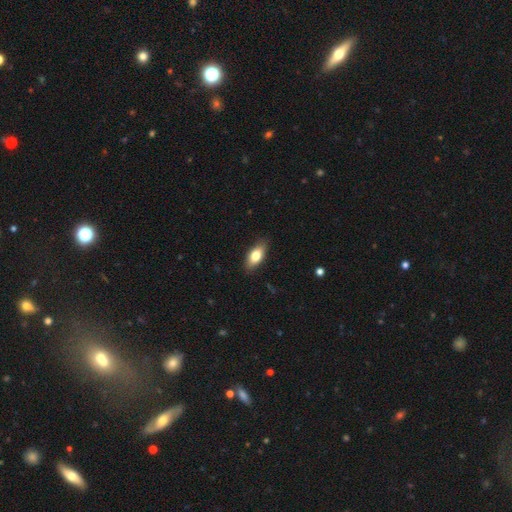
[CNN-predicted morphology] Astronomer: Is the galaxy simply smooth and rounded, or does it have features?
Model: smooth — 77%.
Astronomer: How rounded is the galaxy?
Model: in between — 86%.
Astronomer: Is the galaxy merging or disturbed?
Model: none — 86%.